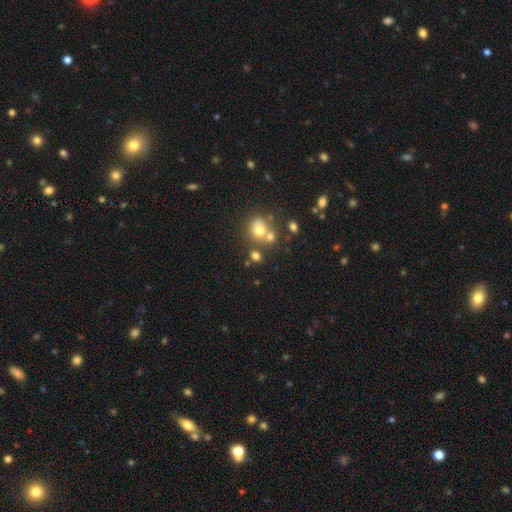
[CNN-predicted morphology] Q: Smooth or featured?
A: smooth (67%); runner-up: star or artifact (18%)
Q: How rounded?
A: round (68%); runner-up: in between (31%)
Q: Merging?
A: none (49%); runner-up: merger (35%)